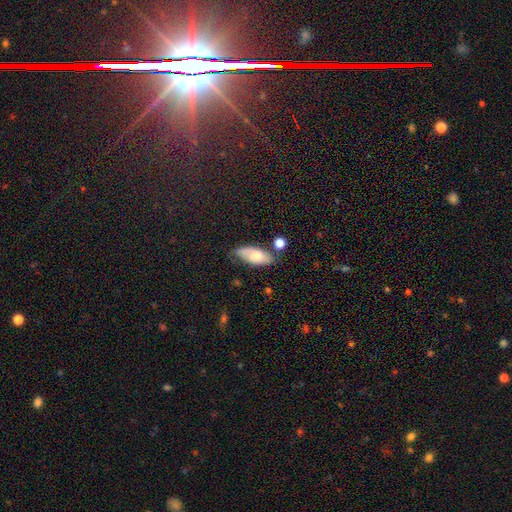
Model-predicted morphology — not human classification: This appears to be a smooth galaxy with no disk features (63%) that is in between round and cigar-shaped (86%). Merging: none (61%).